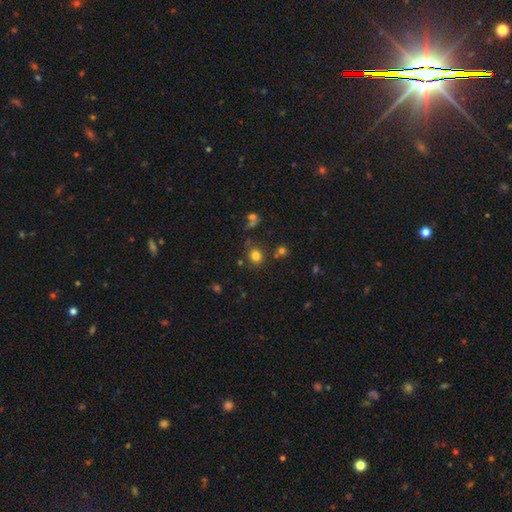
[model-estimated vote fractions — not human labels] A smooth galaxy with no disk features (78%) that is round (76%).

Vote fractions:
- Smooth or featured? smooth: 78% / star or artifact: 15% / featured or disk: 7%
- How rounded? round: 76% / in between: 23% / cigar-shaped: 1%
- Merging? none: 79% / minor disturbance: 10% / merger: 7% / major disturbance: 4%